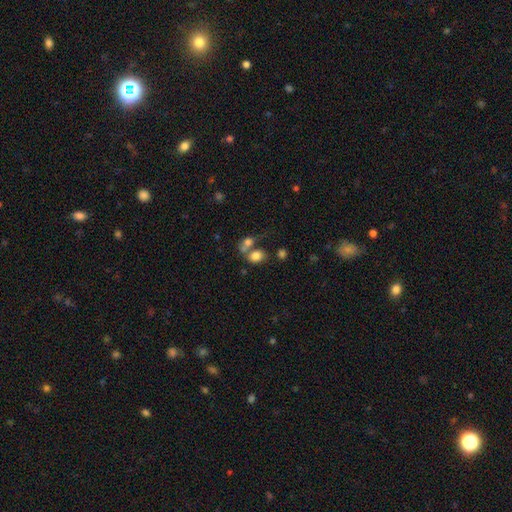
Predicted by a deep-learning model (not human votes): Smooth or featured? Predicted: smooth (p=0.79). How rounded? Predicted: in between (p=0.72). Merging? Predicted: merger (p=0.49).